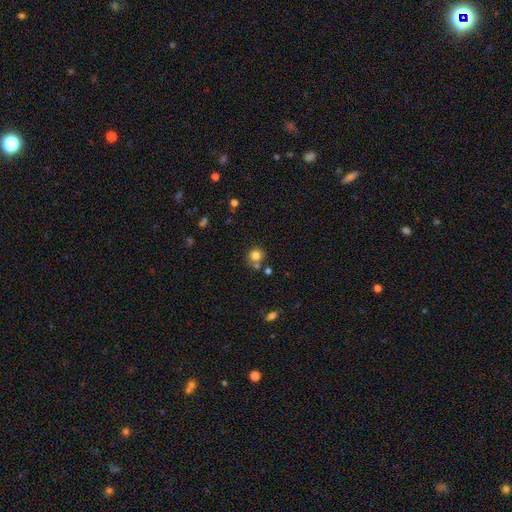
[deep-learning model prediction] The model was most divided on "merging": none: 64%, merger: 20%, minor disturbance: 12%, major disturbance: 4%. More confident: how rounded — round (87%); smooth or featured — smooth (79%).